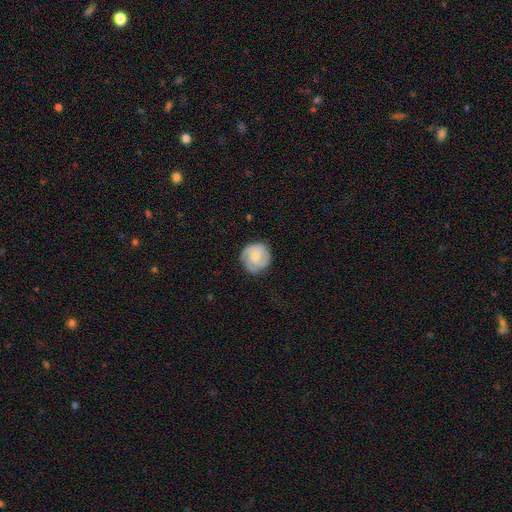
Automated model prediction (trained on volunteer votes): featured or disk 52%, smooth 41%, star or artifact 6%. Down the decision tree: edge-on disk — no (98%); bar — no (71%); spiral arms — yes (87%); bulge size — small (44%); merging — none (77%).